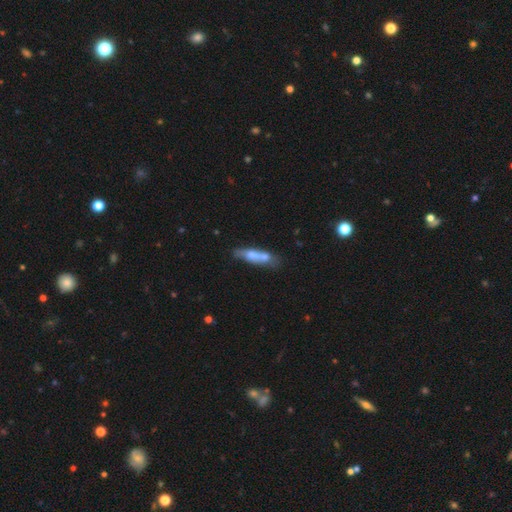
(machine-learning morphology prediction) Smooth or featured? Predicted: smooth (p=0.60). How rounded? Predicted: cigar-shaped (p=0.67). Merging? Predicted: none (p=0.46).